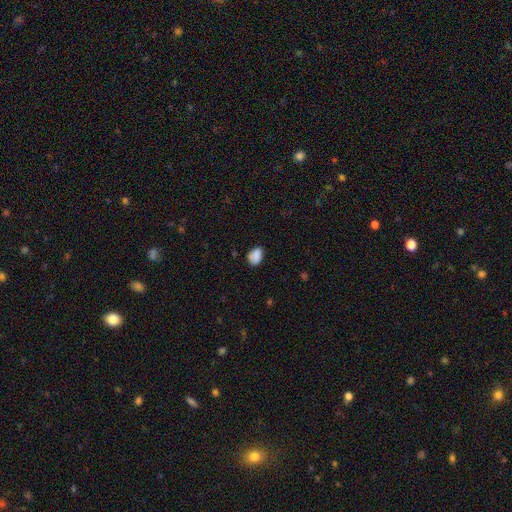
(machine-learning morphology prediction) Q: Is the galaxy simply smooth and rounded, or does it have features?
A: smooth — 85%.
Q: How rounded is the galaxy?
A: in between — 75%.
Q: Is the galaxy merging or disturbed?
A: none — 71%.